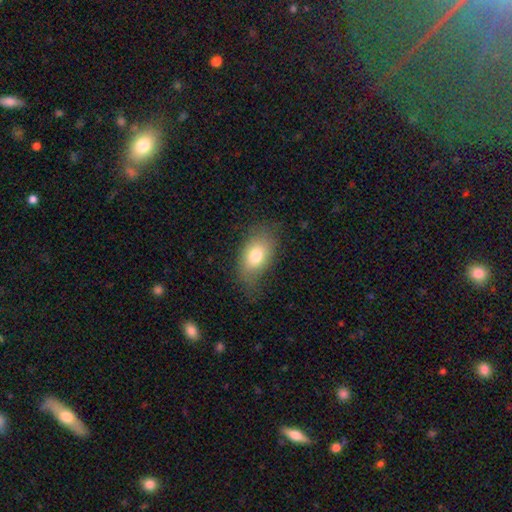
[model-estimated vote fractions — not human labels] Morphology: type=smooth (75%); roundness=in between (87%); merging=none (62%).